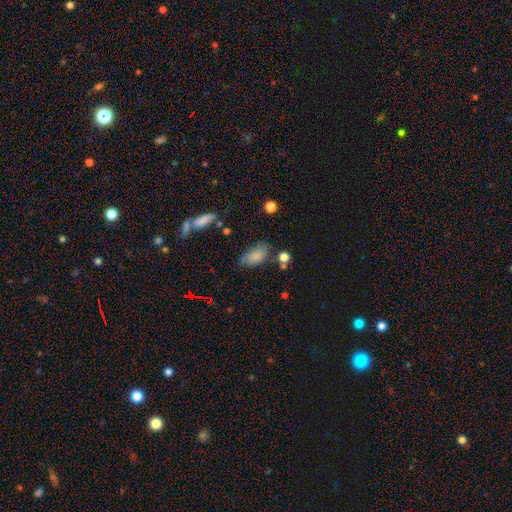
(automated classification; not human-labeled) Smooth or featured: smooth — 80% (star or artifact — 10%)
How rounded: in between — 90% (round — 6%)
Merging: none — 61% (minor disturbance — 24%)